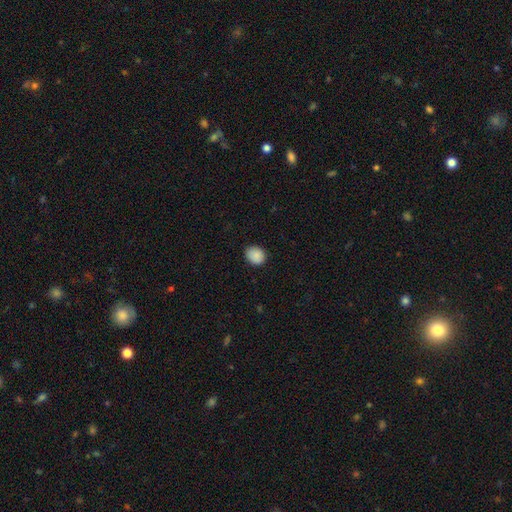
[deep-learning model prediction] Smooth or featured? smooth (88%)
How rounded? round (60%)
Merging? none (83%)